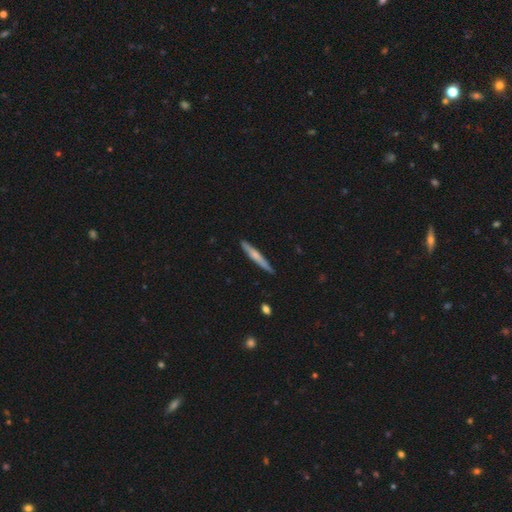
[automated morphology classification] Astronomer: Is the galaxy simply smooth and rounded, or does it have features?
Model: smooth — 55% (runner-up: featured or disk, 40%).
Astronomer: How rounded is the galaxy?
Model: cigar-shaped — 95%.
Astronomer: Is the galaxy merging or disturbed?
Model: none — 88%.